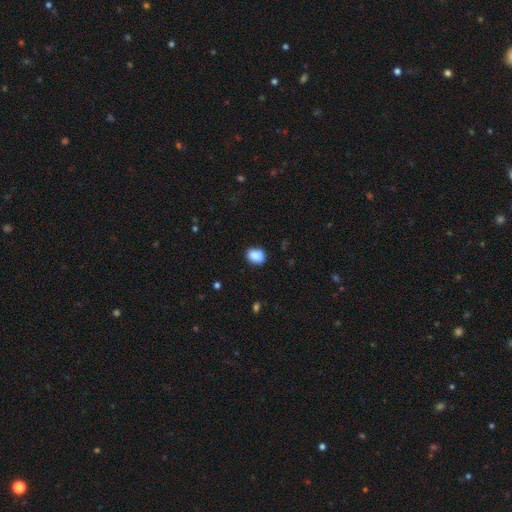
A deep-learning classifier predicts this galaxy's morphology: Overall: smooth (88%). How rounded: in between (61%; round 38%). Merging: none (79%).